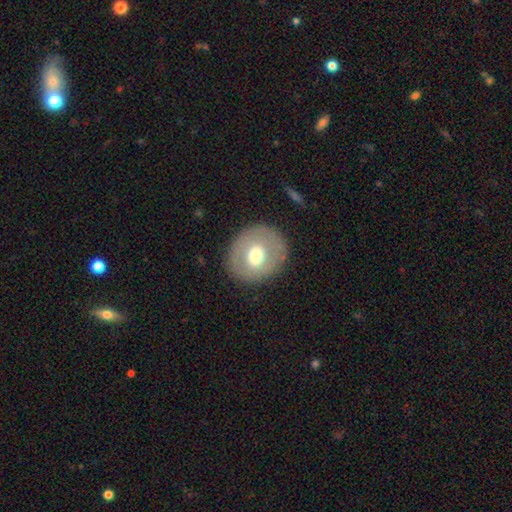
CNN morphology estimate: Smooth or featured? Predicted: smooth (p=0.56). How rounded? Predicted: round (p=0.75). Merging? Predicted: none (p=0.84).